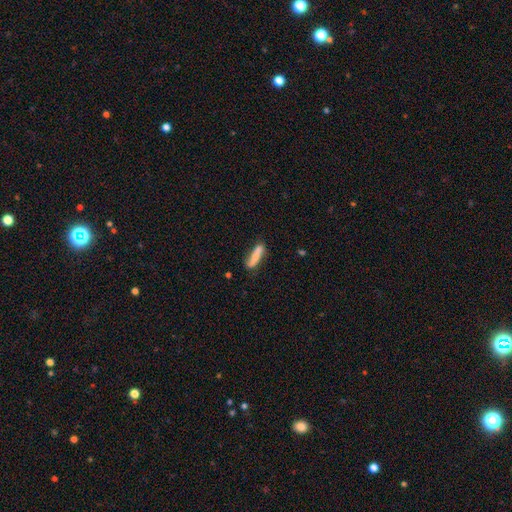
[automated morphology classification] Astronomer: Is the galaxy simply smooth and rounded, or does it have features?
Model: smooth — 72%.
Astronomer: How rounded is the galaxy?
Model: cigar-shaped — 79%.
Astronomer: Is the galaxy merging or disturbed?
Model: none — 64%.